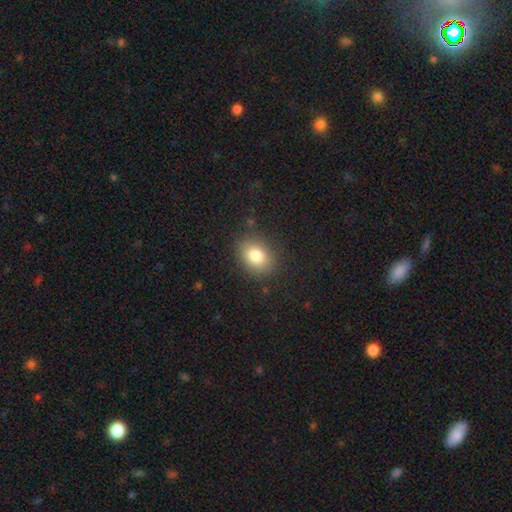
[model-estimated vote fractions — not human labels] A smooth galaxy with no disk features (82%) that is in between round and cigar-shaped (61%).

Vote fractions:
- Smooth or featured? smooth: 82% / star or artifact: 10% / featured or disk: 8%
- How rounded? in between: 61% / round: 38% / cigar-shaped: 1%
- Merging? none: 84% / minor disturbance: 11% / major disturbance: 4% / merger: 1%